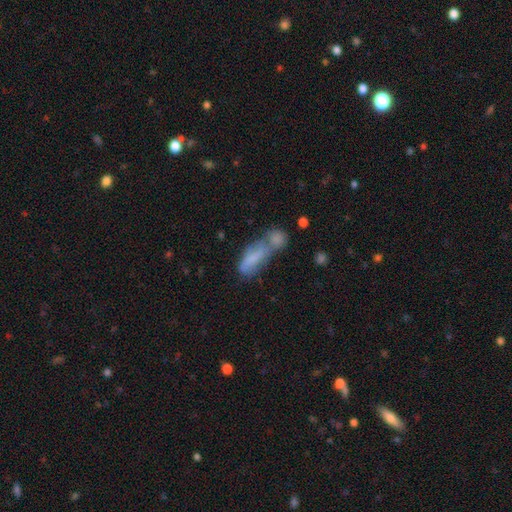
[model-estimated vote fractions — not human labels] A smooth galaxy with no disk features (63%) that is in between round and cigar-shaped (63%). Merging: merger (56%).